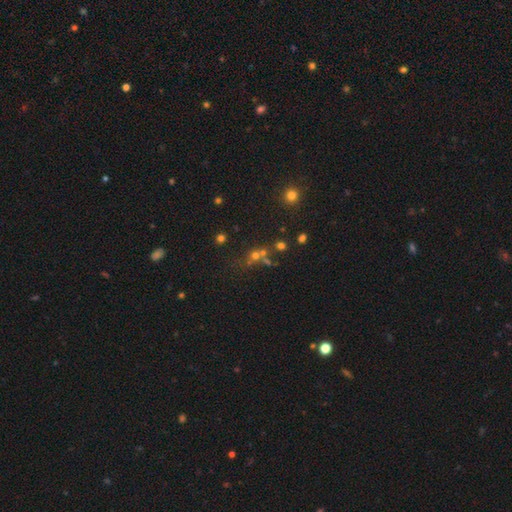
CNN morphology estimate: Smooth or featured? smooth (47%)
Merging? none (47%)